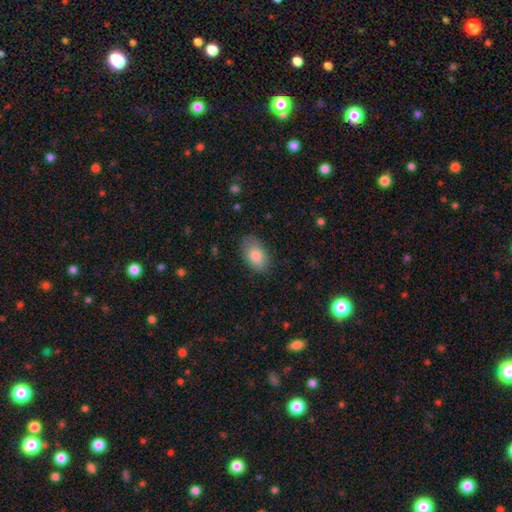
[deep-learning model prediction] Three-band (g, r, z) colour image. It shows a smooth galaxy with no disk features (83%) that is in between round and cigar-shaped (91%). Merging: none (81%).